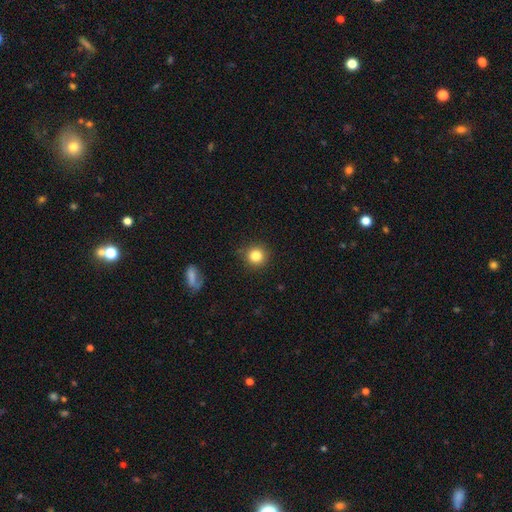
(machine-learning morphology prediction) Smooth or featured? Predicted: smooth (p=0.83). How rounded? Predicted: round (p=0.93). Merging? Predicted: none (p=0.90).